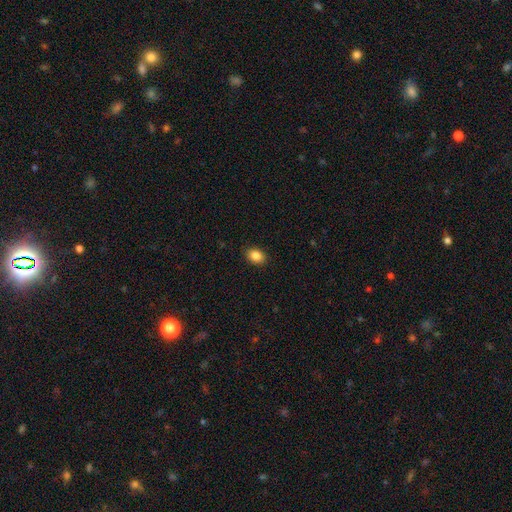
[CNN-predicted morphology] smooth_or_featured: smooth (p=0.86) [alt: star or artifact p=0.09]
how_rounded: in between (p=0.70) [alt: round p=0.29]
merging: none (p=0.90) [alt: minor disturbance p=0.08]